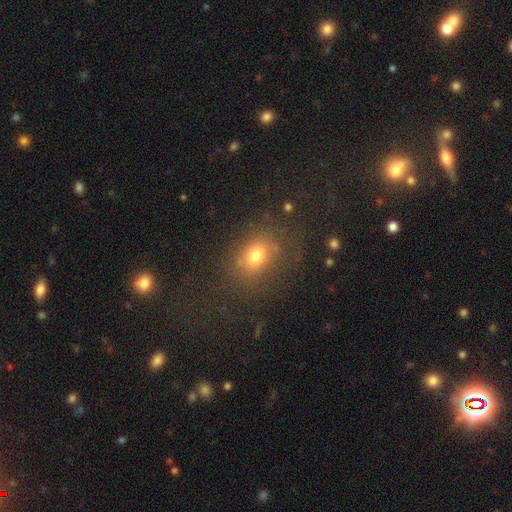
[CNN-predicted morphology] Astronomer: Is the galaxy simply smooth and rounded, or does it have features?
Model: smooth — 67%.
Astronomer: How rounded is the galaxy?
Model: in between — 57% (runner-up: round, 41%).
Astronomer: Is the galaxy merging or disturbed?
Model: none — 70%.